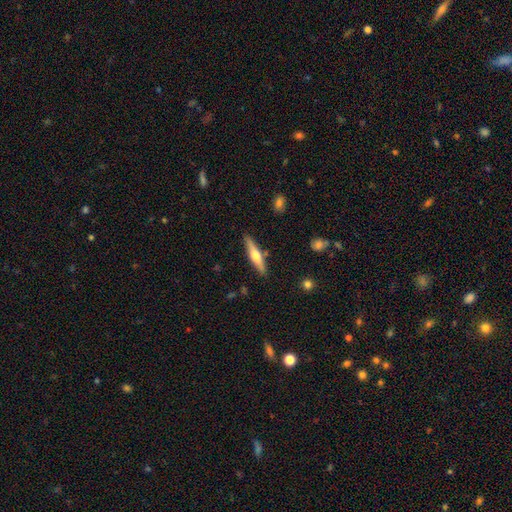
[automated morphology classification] smooth_or_featured: featured or disk (p=0.54) [alt: smooth p=0.41]
disk_edge_on: yes (p=0.95) [alt: no p=0.05]
edge_on_bulge: rounded (p=0.90) [alt: boxy p=0.06]
merging: none (p=0.86) [alt: minor disturbance p=0.09]